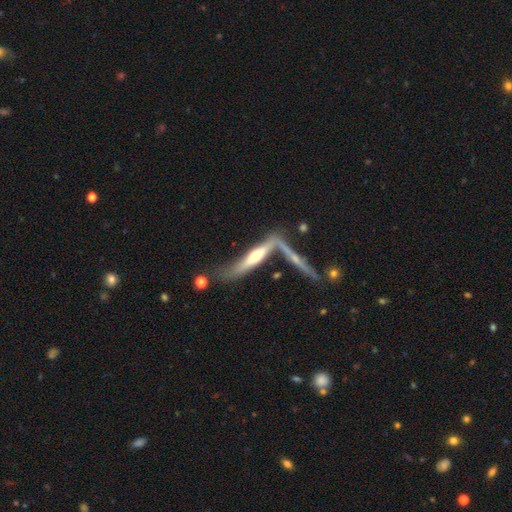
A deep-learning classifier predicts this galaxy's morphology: The model was most divided on "merging": none: 38%, merger: 37%, minor disturbance: 15%, major disturbance: 10%. More confident: edge-on disk — yes (84%); smooth or featured — featured or disk (59%).